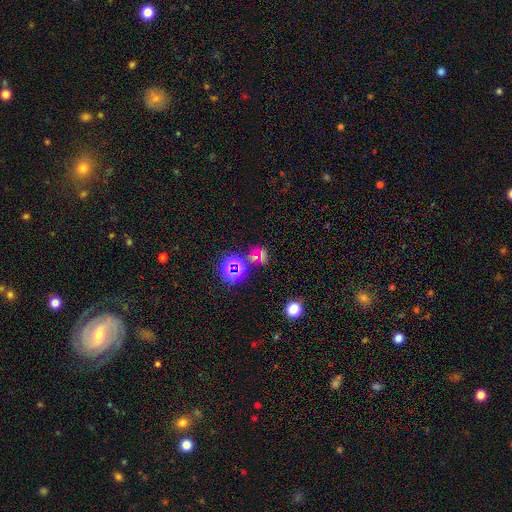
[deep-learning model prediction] This is possibly a star or artifact rather than a galaxy (59%).